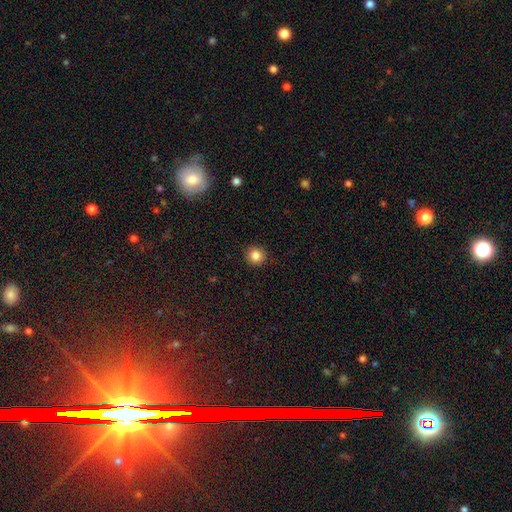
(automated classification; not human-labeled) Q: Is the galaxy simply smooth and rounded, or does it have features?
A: smooth — 85%.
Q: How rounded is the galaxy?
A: round — 93%.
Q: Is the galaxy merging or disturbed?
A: none — 92%.